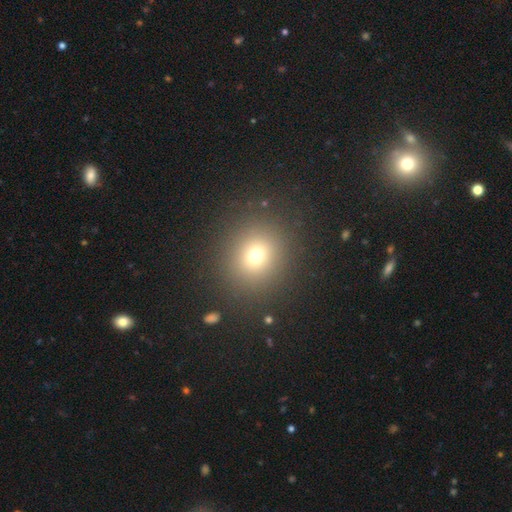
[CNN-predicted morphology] Smooth or featured? smooth (71%)
How rounded? round (85%)
Merging? none (88%)